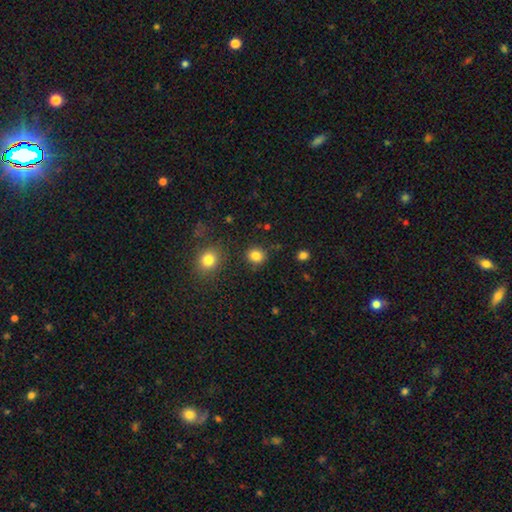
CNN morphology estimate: Smooth or featured: smooth — 84% (star or artifact — 12%)
How rounded: round — 83% (in between — 16%)
Merging: none — 86% (minor disturbance — 8%)